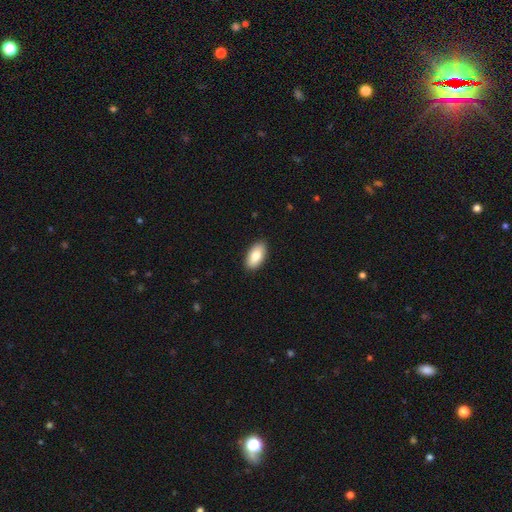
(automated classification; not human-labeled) Morphology: type=smooth (84%); roundness=in between (93%); merging=none (89%).